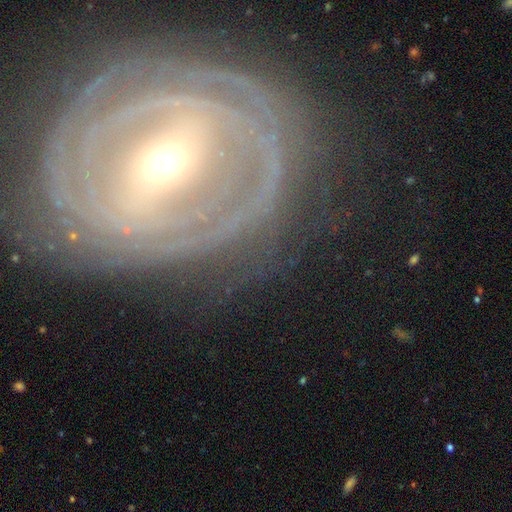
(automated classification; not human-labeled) Overall: featured or disk (84%). Edge-on disk: no (94%). Bar: strong (42%; weak 34%). Spiral arms: yes (86%). Spiral arm count: can't tell (38%; 2 23%). Spiral winding: tight (79%). Bulge size: small (54%; moderate 41%). Merging: none (77%).